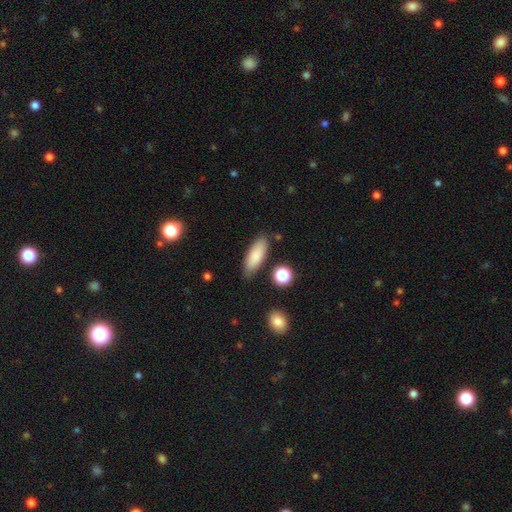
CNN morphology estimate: Smooth or featured? smooth (84%)
How rounded? in between (67%)
Merging? none (80%)